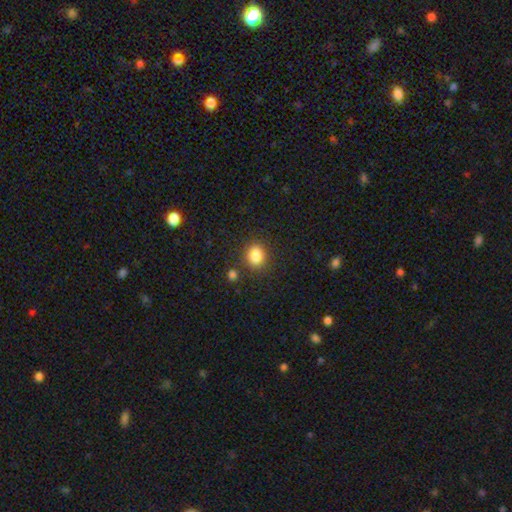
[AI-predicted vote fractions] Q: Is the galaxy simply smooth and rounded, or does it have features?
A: smooth — 85%.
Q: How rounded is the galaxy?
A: in between — 52%.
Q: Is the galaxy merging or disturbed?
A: none — 80%.